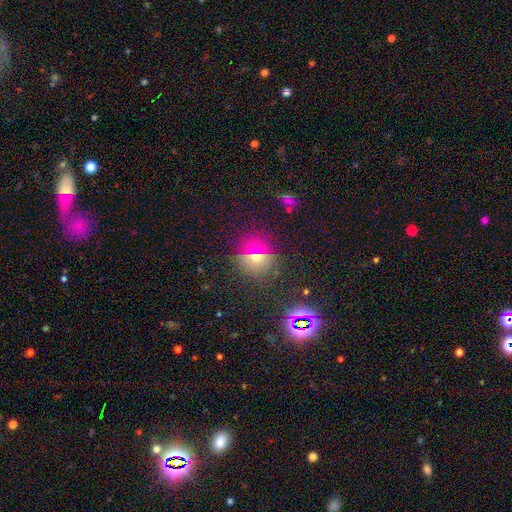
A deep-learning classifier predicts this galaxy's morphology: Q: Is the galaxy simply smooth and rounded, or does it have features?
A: smooth — 58%.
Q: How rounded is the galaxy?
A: round — 82%.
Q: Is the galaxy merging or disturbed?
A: none — 83%.